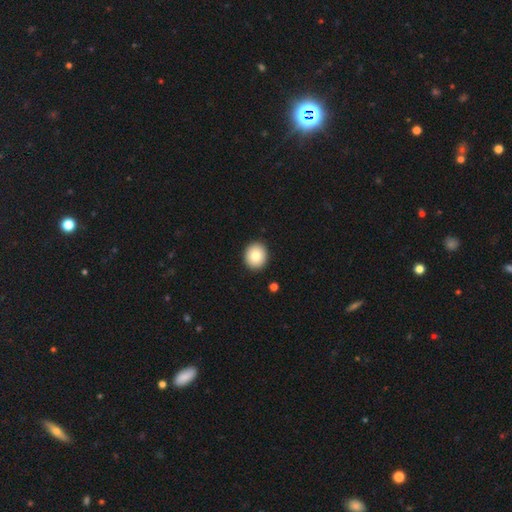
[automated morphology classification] Smooth or featured: smooth — 83% (featured or disk — 9%)
How rounded: round — 76% (in between — 23%)
Merging: none — 91% (minor disturbance — 6%)